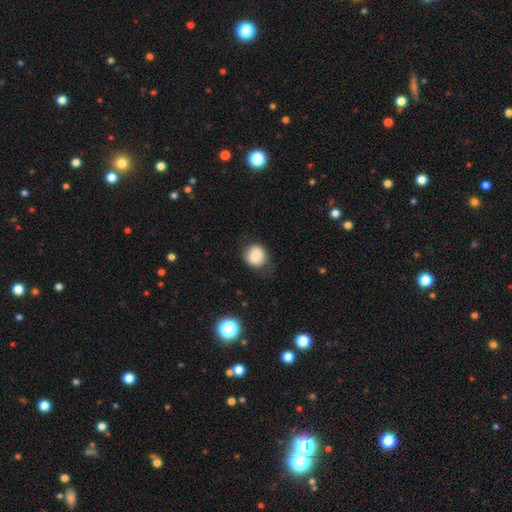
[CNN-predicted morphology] Smooth or featured? smooth (82%)
How rounded? round (81%)
Merging? none (72%)